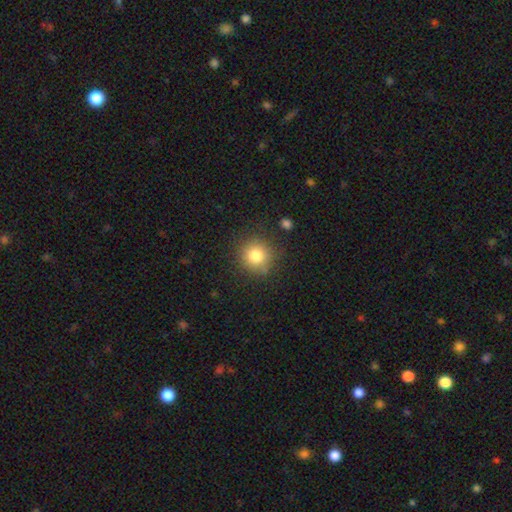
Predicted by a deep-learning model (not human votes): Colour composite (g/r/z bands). It shows a smooth galaxy with no disk features (81%) that is round (92%). Merging: none (83%).